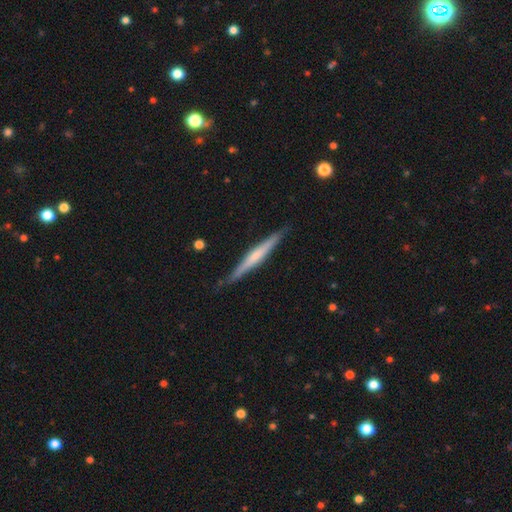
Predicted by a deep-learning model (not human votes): Overall: featured or disk (55%; smooth 39%). Edge-on disk: yes (97%). Edge-on bulge: none (48%; rounded 36%). Merging: none (85%).